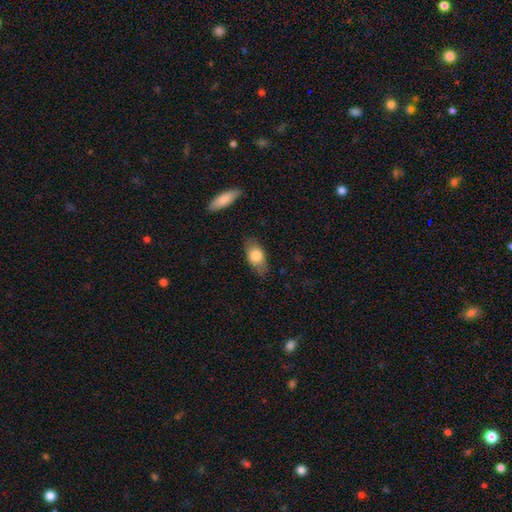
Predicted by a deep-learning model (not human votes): A smooth galaxy with no disk features (77%) that is in between round and cigar-shaped (86%). Merging: none (77%).